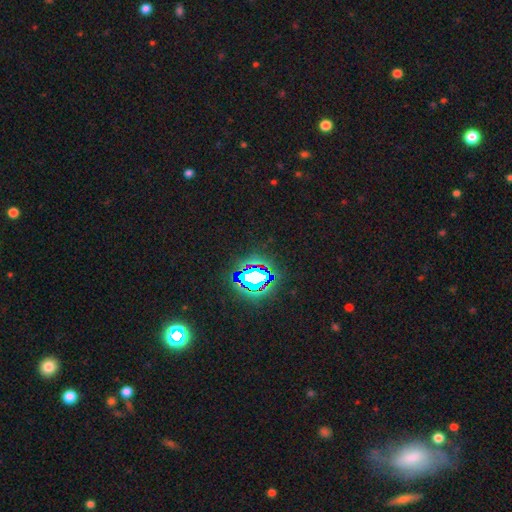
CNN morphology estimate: A star or artifact, not a galaxy (81%).